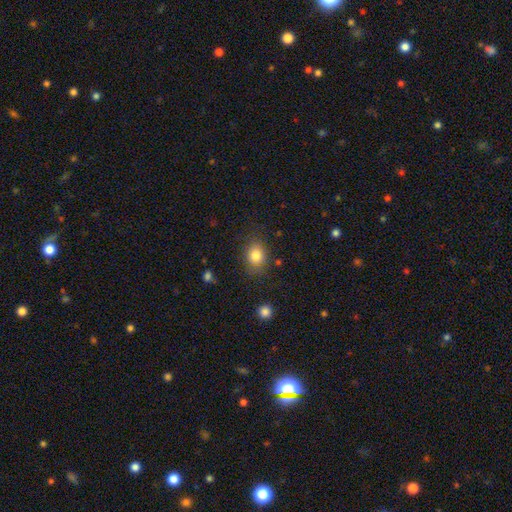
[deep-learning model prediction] Overall: smooth (83%). How rounded: round (50%; in between 49%). Merging: none (80%).